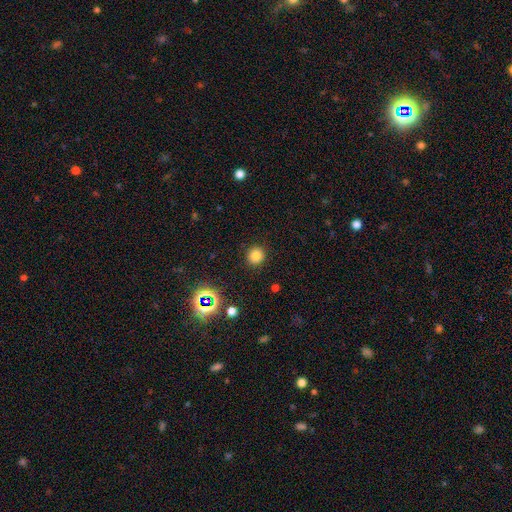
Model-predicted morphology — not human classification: This is likely a smooth galaxy (79%). How rounded: clearly round (90%). Merging: clearly none (90%).